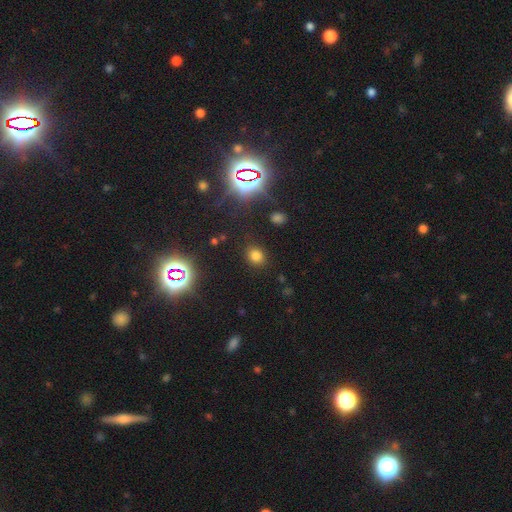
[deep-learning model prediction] Smooth or featured? smooth (73%)
How rounded? round (63%)
Merging? none (86%)